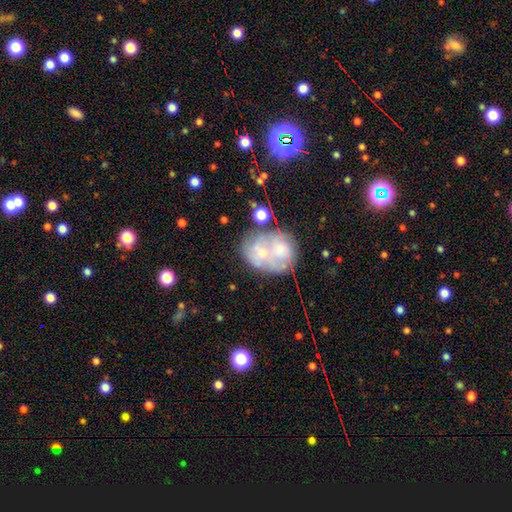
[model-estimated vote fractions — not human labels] Smooth or featured: featured or disk — 47% (smooth — 43%)
Merging: merger — 38% (none — 31%)